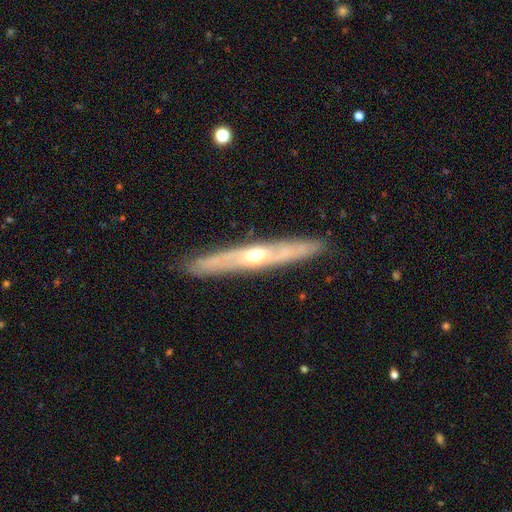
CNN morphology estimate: Overall: featured or disk (71%). Edge-on disk: yes (72%). Edge-on bulge: rounded (77%). Merging: none (88%).